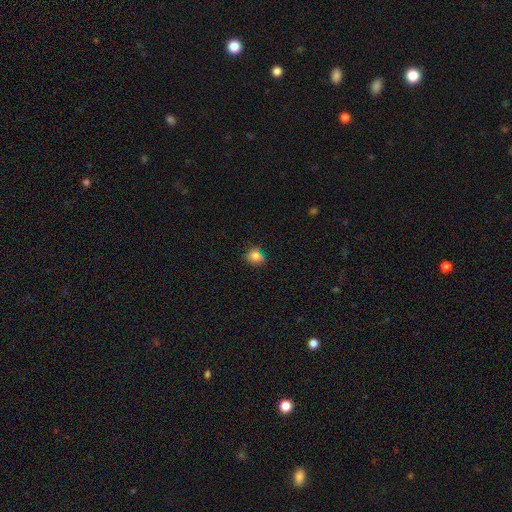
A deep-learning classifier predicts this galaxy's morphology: Smooth or featured?
  - smooth: 81% *
  - star or artifact: 12%
  - featured or disk: 7%
How rounded?
  - round: 79% *
  - in between: 20%
  - cigar-shaped: 1%
Merging?
  - none: 74% *
  - minor disturbance: 20%
  - major disturbance: 4%
  - merger: 3%